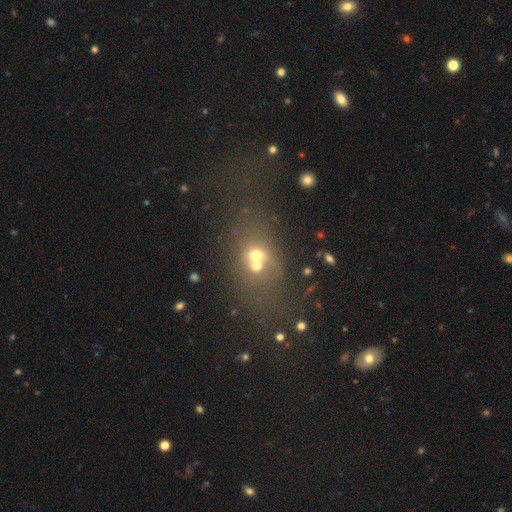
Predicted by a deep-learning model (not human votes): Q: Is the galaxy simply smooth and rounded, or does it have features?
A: smooth — 56%.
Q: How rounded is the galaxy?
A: round — 59%.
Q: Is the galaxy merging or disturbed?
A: merger — 56%.